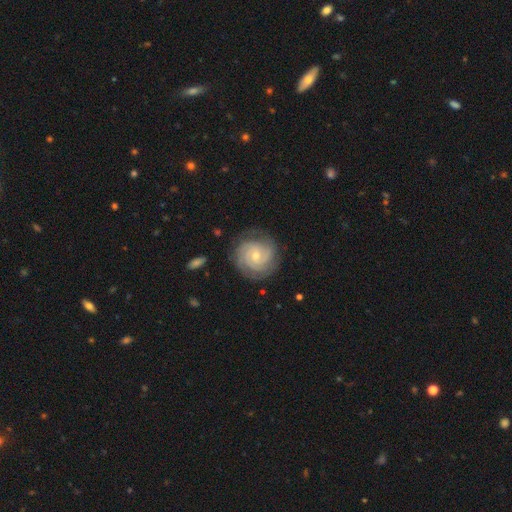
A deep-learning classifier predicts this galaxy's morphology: Q: Smooth or featured?
A: featured or disk (84%); runner-up: smooth (11%)
Q: Edge-on disk?
A: no (98%); runner-up: yes (2%)
Q: Bar?
A: no (68%); runner-up: weak (27%)
Q: Spiral arms?
A: yes (97%); runner-up: no (3%)
Q: Spiral winding?
A: tight (77%); runner-up: medium (20%)
Q: Spiral arm count?
A: 2 (30%); runner-up: 3 (26%)
Q: Bulge size?
A: small (60%); runner-up: moderate (37%)
Q: Merging?
A: none (79%); runner-up: minor disturbance (14%)